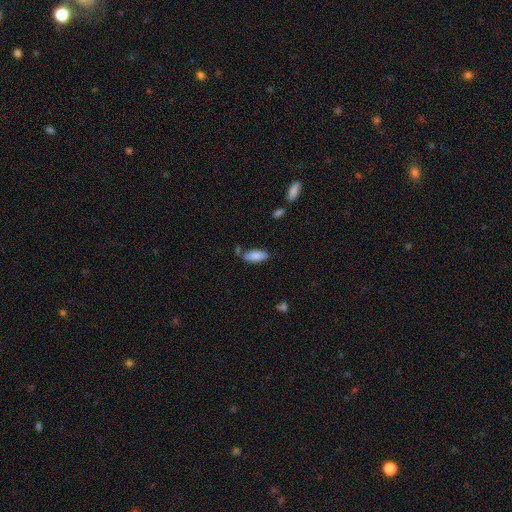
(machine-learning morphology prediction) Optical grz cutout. It shows a smooth galaxy with no disk features (84%) that is in between round and cigar-shaped (80%). Merging: none (71%).